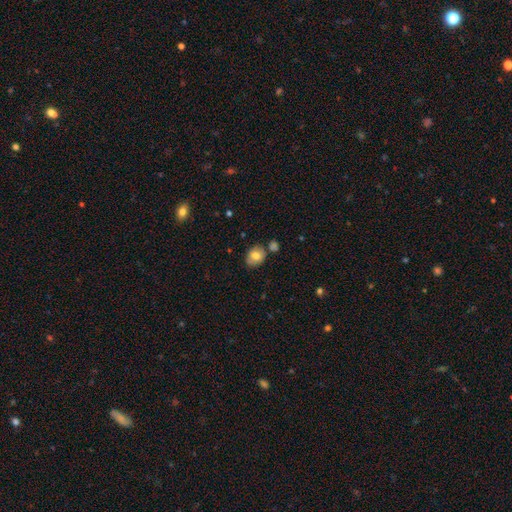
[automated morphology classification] The model was most divided on "how rounded": in between: 60%, round: 39%, cigar-shaped: 1%. More confident: smooth or featured — smooth (74%); merging — none (69%).